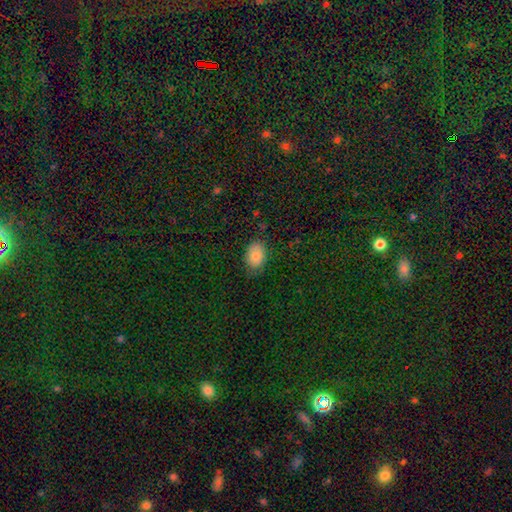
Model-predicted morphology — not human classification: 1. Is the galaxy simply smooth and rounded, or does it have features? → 83% smooth, 9% featured or disk, 8% star or artifact.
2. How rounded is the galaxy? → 79% in between, 20% round, 1% cigar-shaped.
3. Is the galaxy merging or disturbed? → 74% none, 21% minor disturbance, 4% major disturbance, 1% merger.